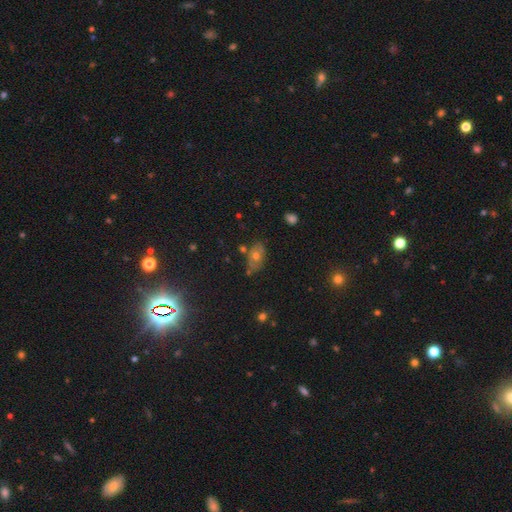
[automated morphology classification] A smooth galaxy with no disk features (46%). Merging: none (68%).